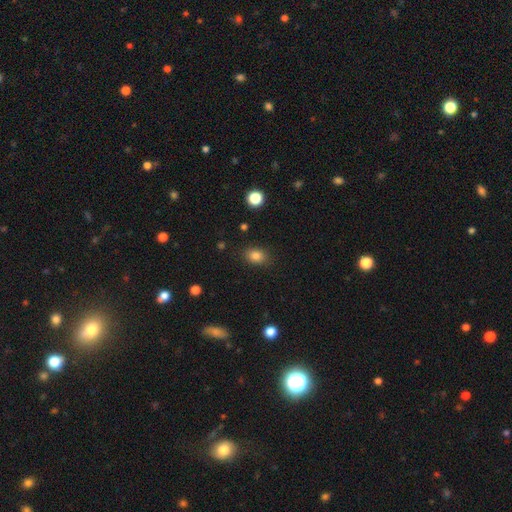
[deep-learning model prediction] This is clearly a smooth galaxy (83%). How rounded: likely in between (65%). Merging: clearly none (85%).